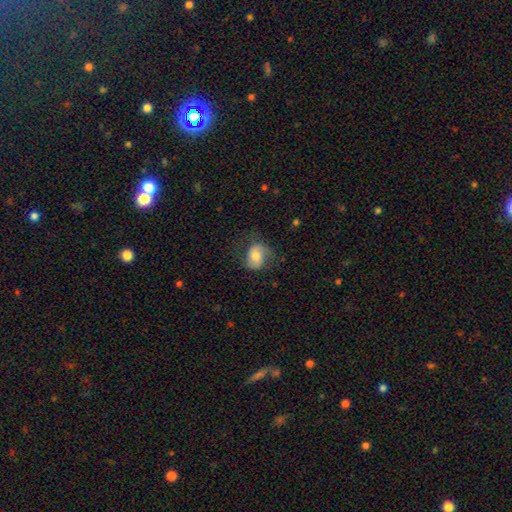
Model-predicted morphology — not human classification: smooth-or-featured: smooth: 56% | featured or disk: 36% | star or artifact: 8%
  how-rounded: in between: 59% | round: 40% | cigar-shaped: 1%
  merging: none: 57% | minor disturbance: 26% | major disturbance: 16% | merger: 1%